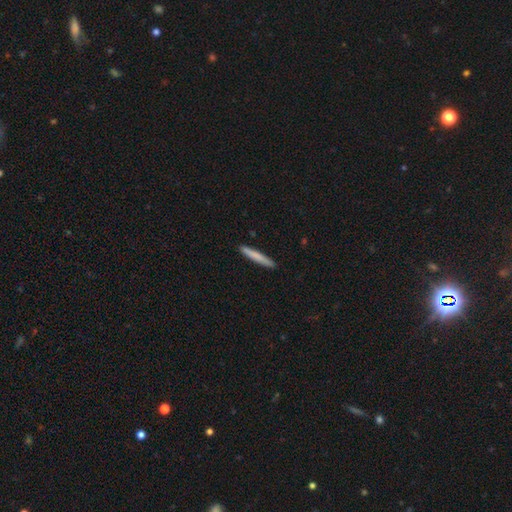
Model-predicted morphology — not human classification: Smooth or featured: smooth — 77% (featured or disk — 18%)
How rounded: cigar-shaped — 96% (in between — 3%)
Merging: none — 91% (minor disturbance — 6%)